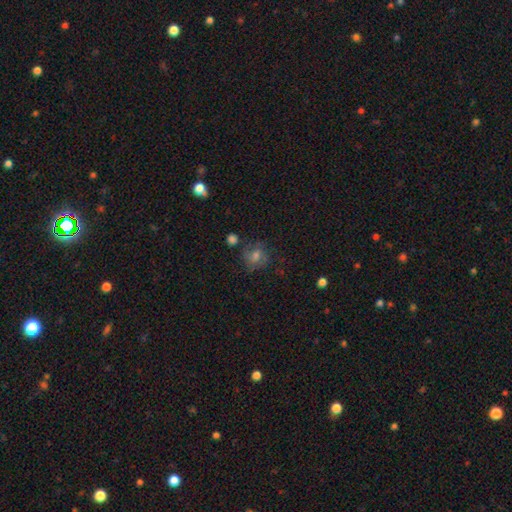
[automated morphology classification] A smooth galaxy with no disk features (43%).

Vote fractions:
- Smooth or featured? smooth: 43% / featured or disk: 37% / star or artifact: 20%
- Merging? none: 69% / minor disturbance: 17% / major disturbance: 9% / merger: 4%